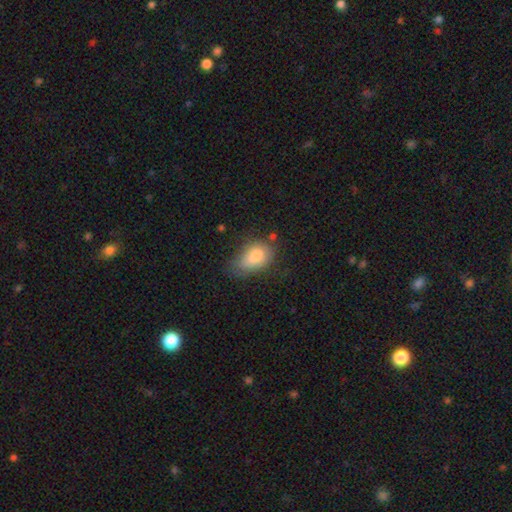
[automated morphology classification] Smooth or featured: smooth — 79% (featured or disk — 13%)
How rounded: in between — 85% (round — 13%)
Merging: none — 42% (minor disturbance — 36%)